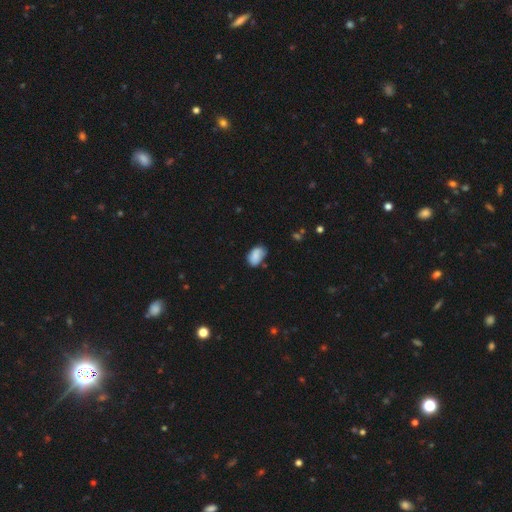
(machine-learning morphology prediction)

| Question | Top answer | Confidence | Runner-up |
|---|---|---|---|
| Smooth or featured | smooth | 82% | featured or disk (10%) |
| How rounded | in between | 89% | round (10%) |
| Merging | none | 56% | minor disturbance (33%) |